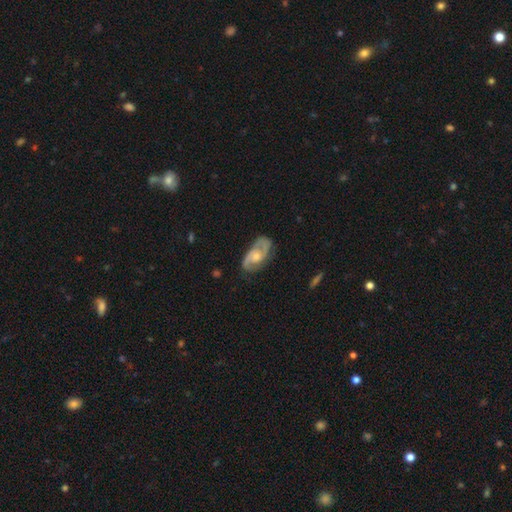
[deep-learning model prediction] This appears to be a featured or disk galaxy (81%) with no bar (67%), 2 (85%) medium (50%) spiral arms (94%) and a moderate central bulge (54%). Merging: none (72%).